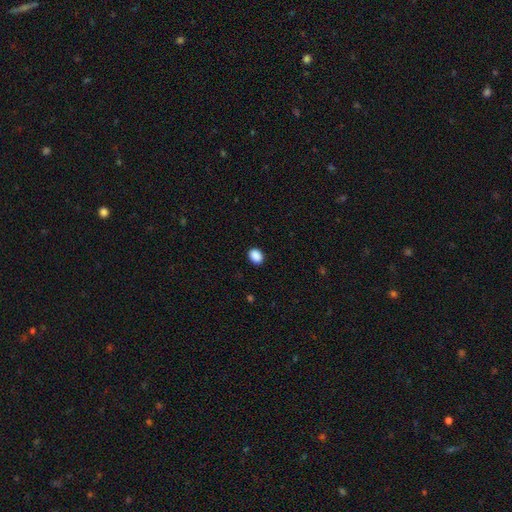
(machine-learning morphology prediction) Smooth or featured: smooth — 90% (star or artifact — 8%)
How rounded: in between — 56% (round — 43%)
Merging: none — 91% (minor disturbance — 7%)